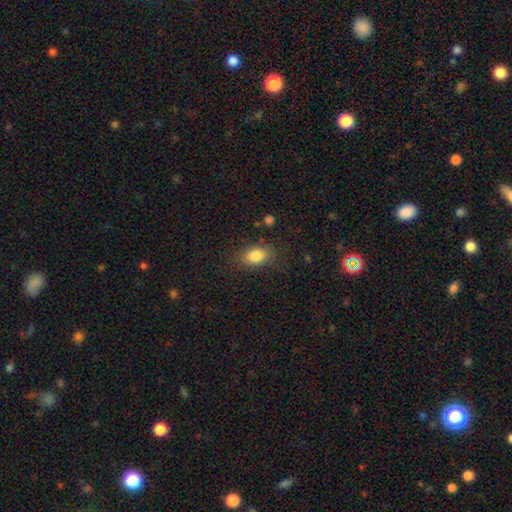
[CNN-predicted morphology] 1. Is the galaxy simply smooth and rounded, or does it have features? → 83% smooth, 9% star or artifact, 8% featured or disk.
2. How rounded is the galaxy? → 84% in between, 13% round, 3% cigar-shaped.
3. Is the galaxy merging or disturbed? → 79% none, 14% minor disturbance, 5% major disturbance, 2% merger.